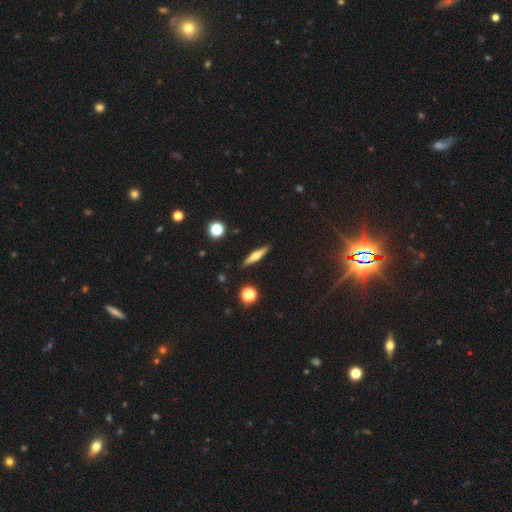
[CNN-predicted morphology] Smooth or featured: featured or disk — 52% (smooth — 40%)
Edge-on disk: yes — 95% (no — 5%)
Merging: none — 89% (minor disturbance — 8%)